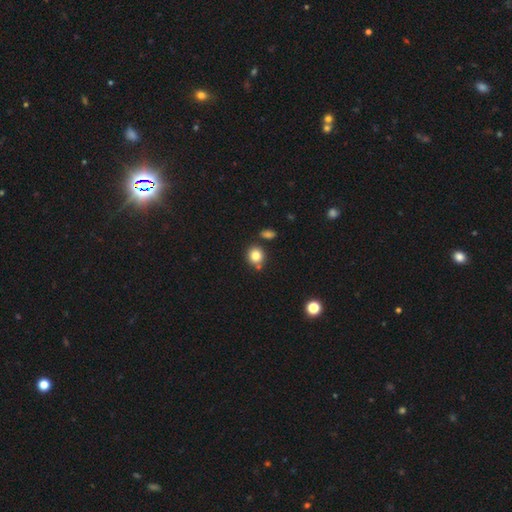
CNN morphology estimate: Q: Smooth or featured?
A: smooth (83%); runner-up: star or artifact (11%)
Q: How rounded?
A: round (81%); runner-up: in between (18%)
Q: Merging?
A: none (74%); runner-up: merger (12%)